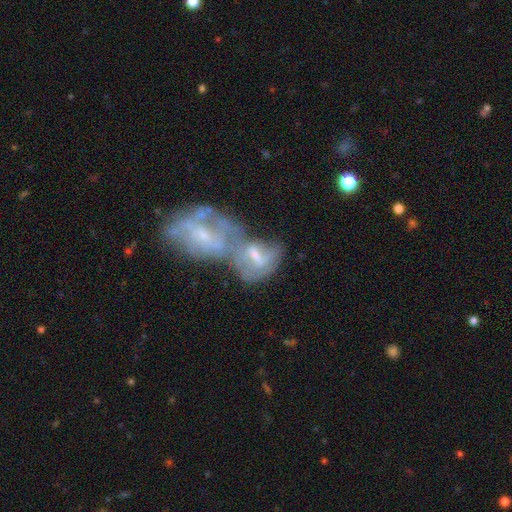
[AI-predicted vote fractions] This is likely a featured or disk galaxy (62%). It is clearly not viewed edge-on (95%). Bar: marginally weak (44%). Spiral arm pattern: possibly yes (59%). Central bulge: possibly small (46%). Merging: likely merger (76%).